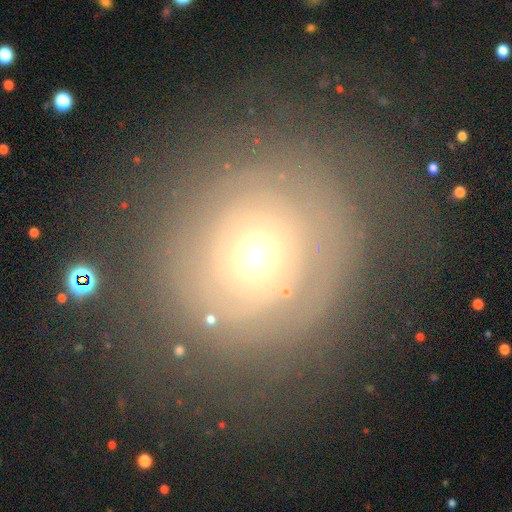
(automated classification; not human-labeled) A featured or disk galaxy (45%).

Vote fractions:
- Smooth or featured? featured or disk: 45% / smooth: 39% / star or artifact: 16%
- Merging? none: 70% / minor disturbance: 14% / major disturbance: 13% / merger: 2%